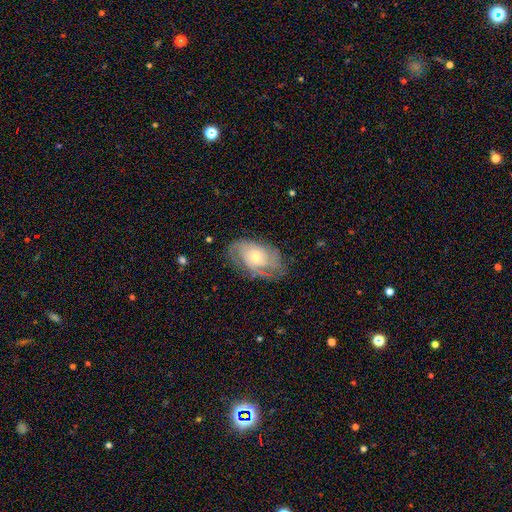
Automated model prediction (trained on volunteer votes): Smooth or featured: featured or disk — 70% (smooth — 22%)
Edge-on disk: no — 95% (yes — 5%)
Bar: no — 77% (weak — 19%)
Spiral arms: yes — 86% (no — 14%)
Spiral winding: tight — 58% (medium — 31%)
Spiral arm count: can't tell — 44% (2 — 27%)
Bulge size: moderate — 48% (small — 47%)
Merging: none — 70% (minor disturbance — 21%)